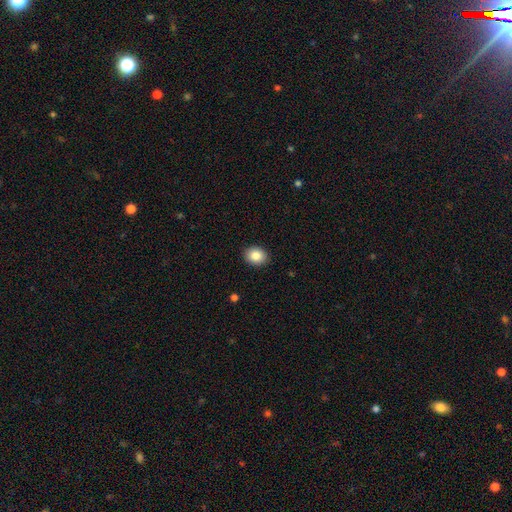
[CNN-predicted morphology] This is clearly a smooth galaxy (86%). How rounded: possibly round (50%, tied with in between). Merging: clearly none (91%).